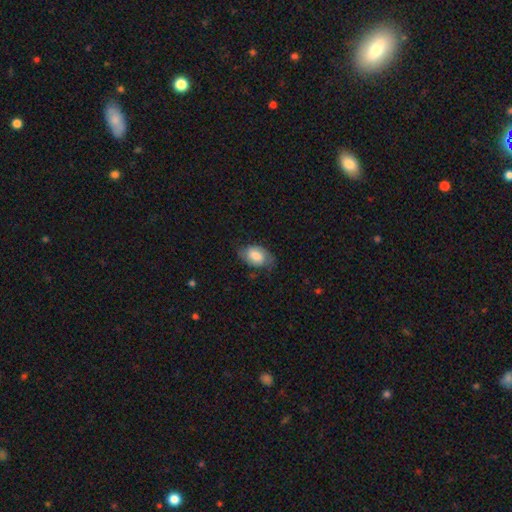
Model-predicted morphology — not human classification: This is possibly a smooth galaxy (55%). How rounded: clearly in between (87%). Merging: likely none (64%).